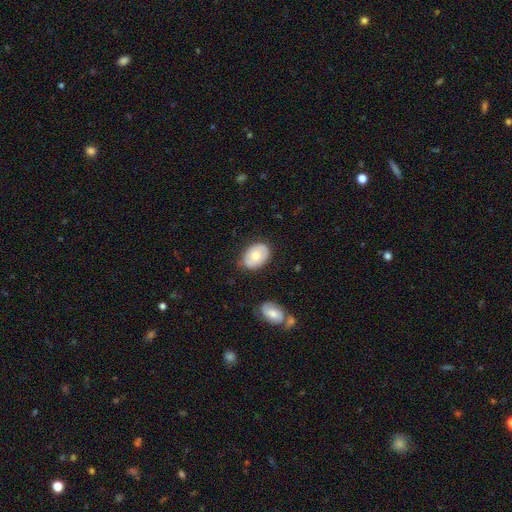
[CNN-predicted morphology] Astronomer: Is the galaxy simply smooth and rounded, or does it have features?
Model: smooth — 65%.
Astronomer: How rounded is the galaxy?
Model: in between — 83%.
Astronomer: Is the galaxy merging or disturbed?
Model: none — 77%.